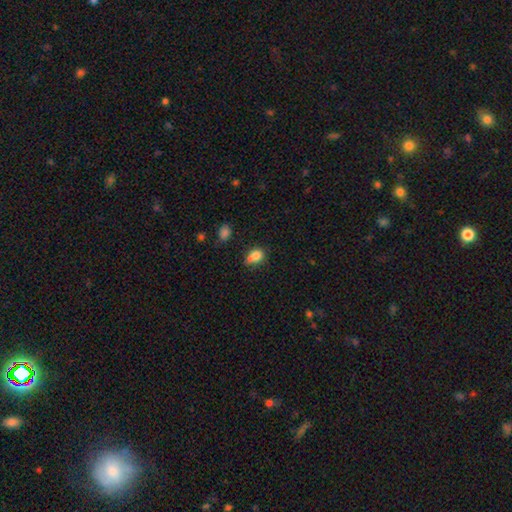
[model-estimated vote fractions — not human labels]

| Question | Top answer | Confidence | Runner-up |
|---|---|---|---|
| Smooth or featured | smooth | 80% | star or artifact (11%) |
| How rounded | in between | 52% | round (46%) |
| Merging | none | 45% | minor disturbance (32%) |